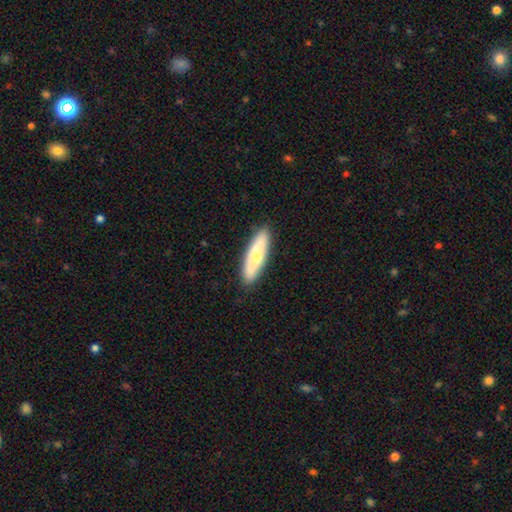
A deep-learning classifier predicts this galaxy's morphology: Smooth or featured? smooth (69%)
How rounded? cigar-shaped (73%)
Merging? none (89%)